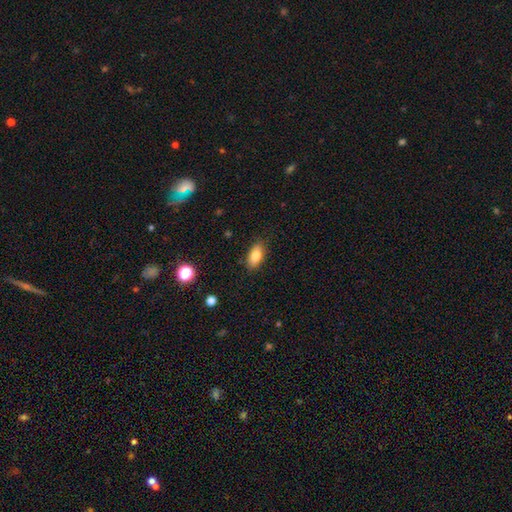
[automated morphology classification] Overall: smooth (82%). How rounded: in between (88%). Merging: none (85%).